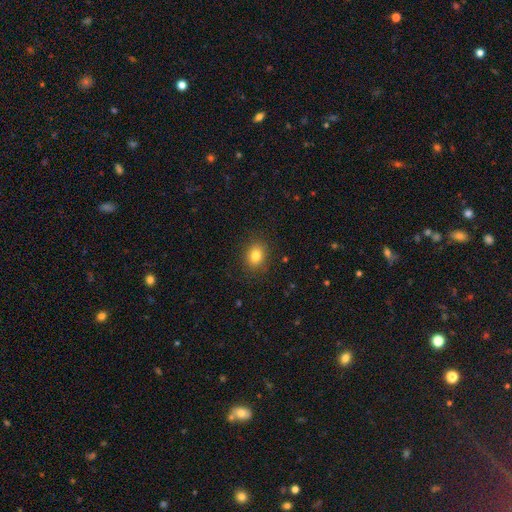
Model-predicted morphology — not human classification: Smooth or featured: smooth — 82% (star or artifact — 11%)
How rounded: in between — 50% (round — 49%)
Merging: none — 88% (minor disturbance — 9%)